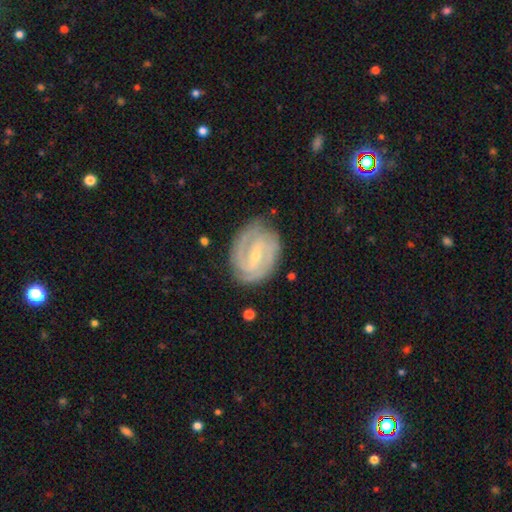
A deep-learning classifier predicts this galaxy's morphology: Smooth or featured? Predicted: featured or disk (p=0.87). Edge-on disk? Predicted: no (p=0.97). Bar? Predicted: weak (p=0.47). Spiral arms? Predicted: yes (p=0.96). Spiral winding? Predicted: tight (p=0.60). Spiral arm count? Predicted: 2 (p=0.54). Bulge size? Predicted: small (p=0.67). Merging? Predicted: none (p=0.78).